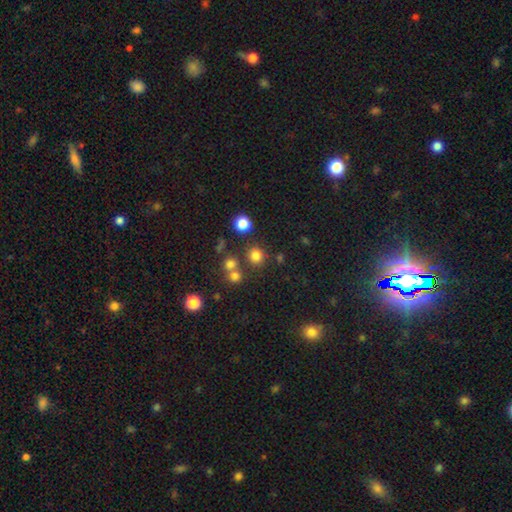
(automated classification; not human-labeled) Smooth or featured? smooth (76%)
How rounded? round (88%)
Merging? none (77%)